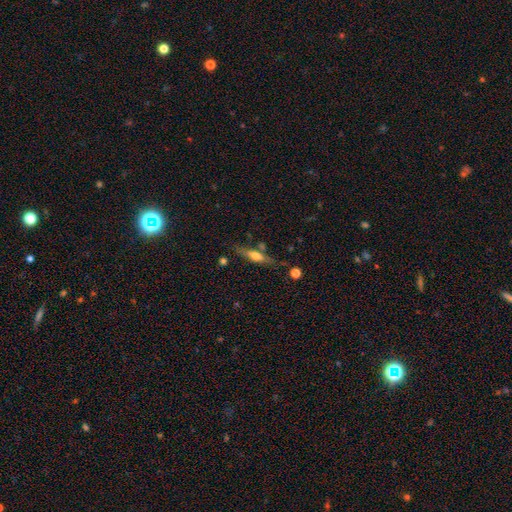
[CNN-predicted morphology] type=featured or disk (55%); edge-on=yes (92%); merging=none (74%).